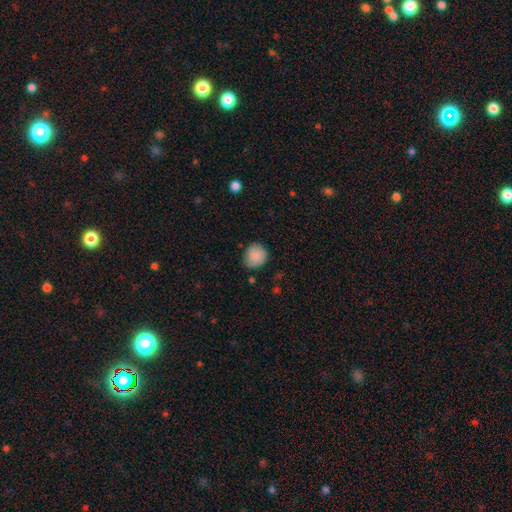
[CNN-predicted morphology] A smooth galaxy with no disk features (86%) that is round (82%).

Vote fractions:
- Smooth or featured? smooth: 86% / star or artifact: 8% / featured or disk: 6%
- How rounded? round: 82% / in between: 17% / cigar-shaped: 1%
- Merging? none: 75% / minor disturbance: 20% / major disturbance: 4% / merger: 2%